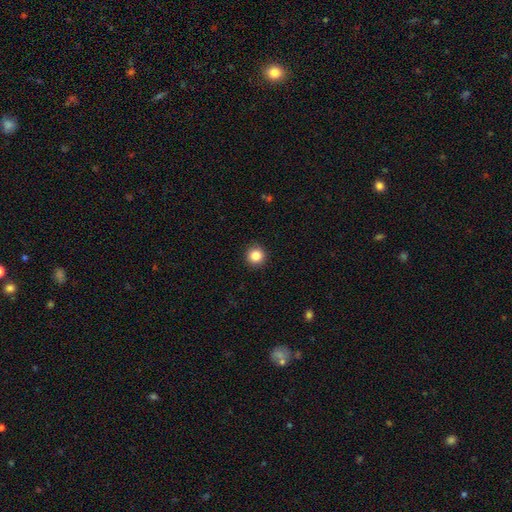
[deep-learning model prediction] Overall: smooth (85%). How rounded: round (95%). Merging: none (93%).